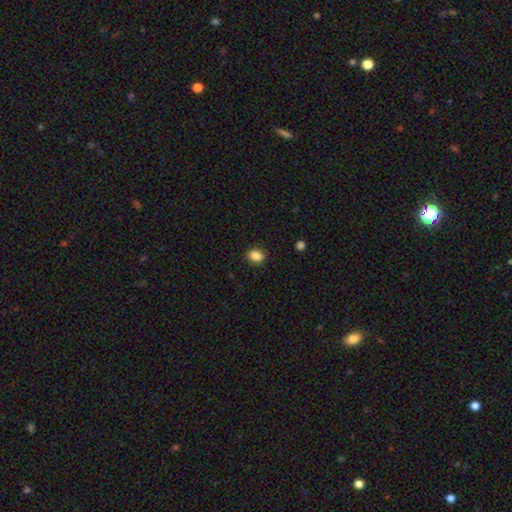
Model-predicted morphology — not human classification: smooth 87%, star or artifact 9%, featured or disk 3%. Down the decision tree: how rounded — in between (62%); merging — none (88%).